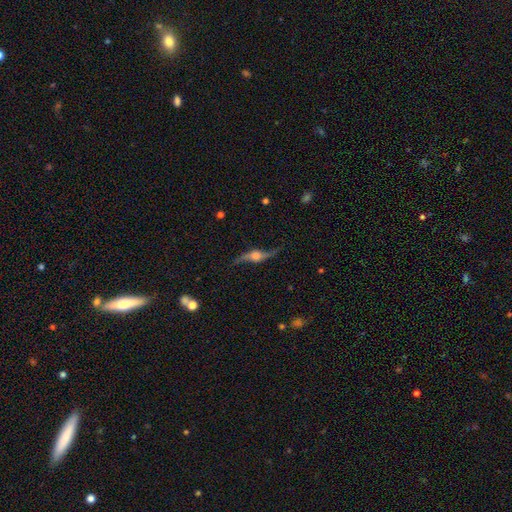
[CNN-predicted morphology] This appears to be a featured or disk galaxy (84%) viewed edge-on (58%). Merging: none (76%).